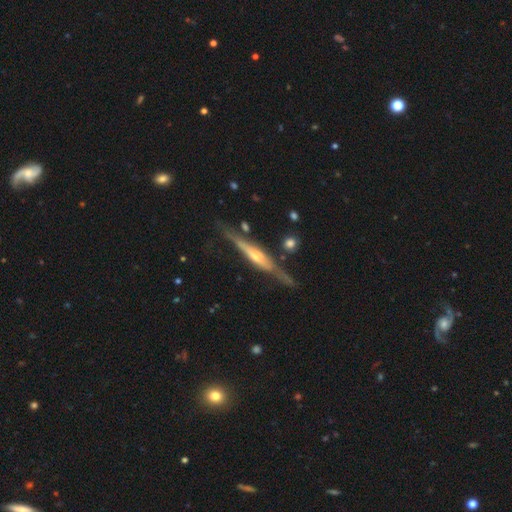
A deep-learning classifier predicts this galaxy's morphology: type=featured or disk (79%); edge-on=yes (96%); edge-on bulge=rounded (68%); merging=none (76%).